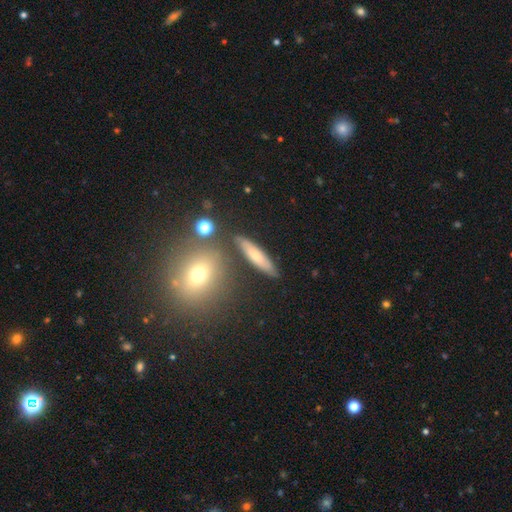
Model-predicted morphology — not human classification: Smooth or featured: smooth — 63% (featured or disk — 29%)
How rounded: cigar-shaped — 71% (in between — 24%)
Merging: none — 80% (minor disturbance — 11%)